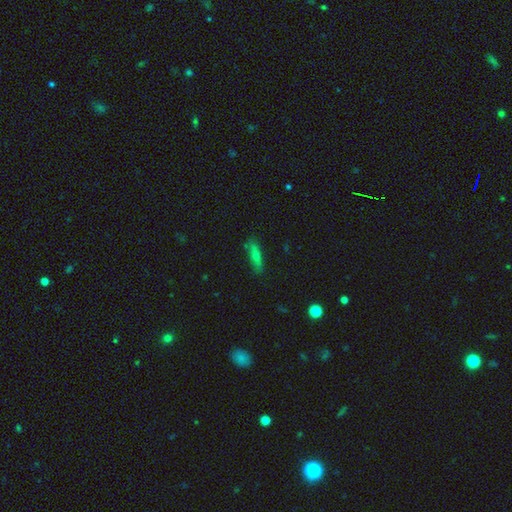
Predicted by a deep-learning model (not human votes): A smooth galaxy with no disk features (51%) that is cigar-shaped (72%).

Vote fractions:
- Smooth or featured? smooth: 51% / featured or disk: 37% / star or artifact: 12%
- How rounded? cigar-shaped: 72% / in between: 24% / round: 3%
- Merging? none: 82% / minor disturbance: 13% / major disturbance: 3% / merger: 2%